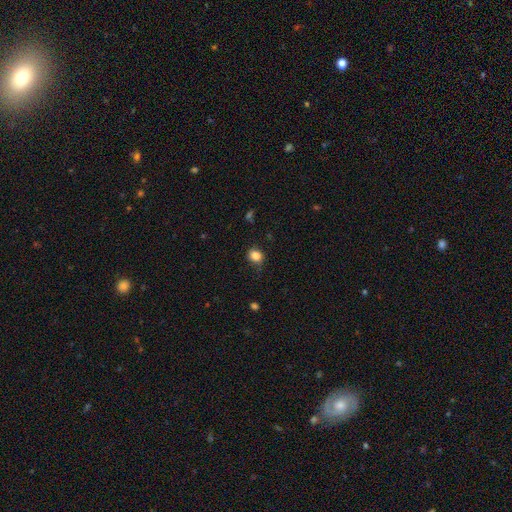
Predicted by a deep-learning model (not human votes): This is clearly a smooth galaxy (84%). How rounded: likely round (73%). Merging: likely none (73%).